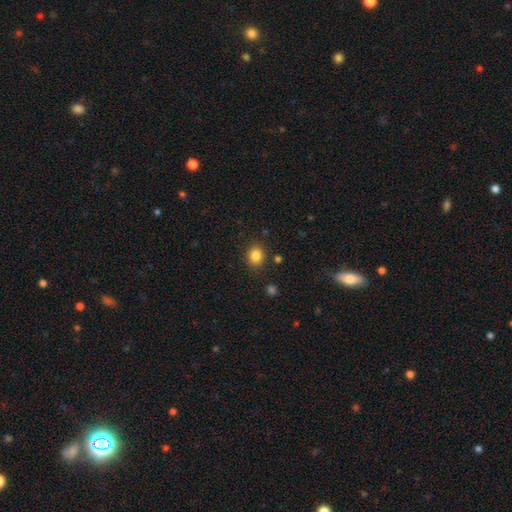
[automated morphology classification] smooth-or-featured: smooth: 84% | star or artifact: 11% | featured or disk: 5%
  how-rounded: round: 69% | in between: 30% | cigar-shaped: 1%
  merging: none: 86% | minor disturbance: 8% | major disturbance: 3% | merger: 2%